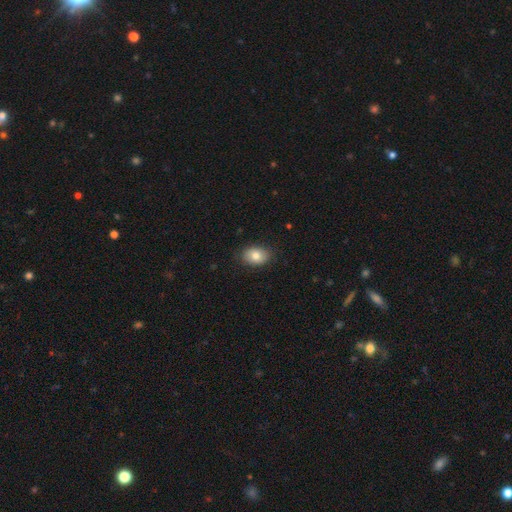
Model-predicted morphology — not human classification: smooth 81%, featured or disk 11%, star or artifact 8%. Down the decision tree: how rounded — in between (78%); merging — none (85%).